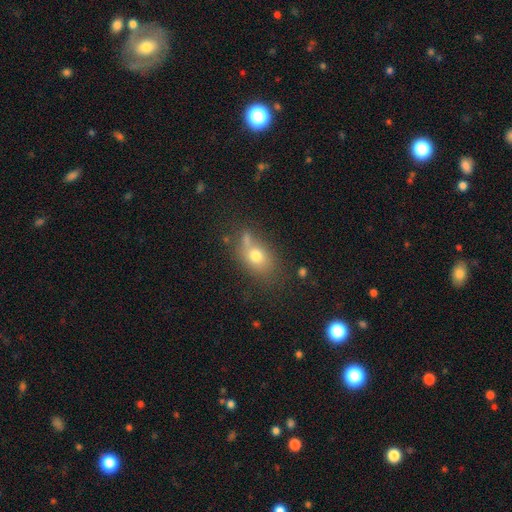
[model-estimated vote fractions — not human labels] smooth-or-featured: smooth: 71% | featured or disk: 16% | star or artifact: 13%
  how-rounded: in between: 70% | round: 27% | cigar-shaped: 3%
  merging: none: 55% | minor disturbance: 21% | merger: 15% | major disturbance: 9%